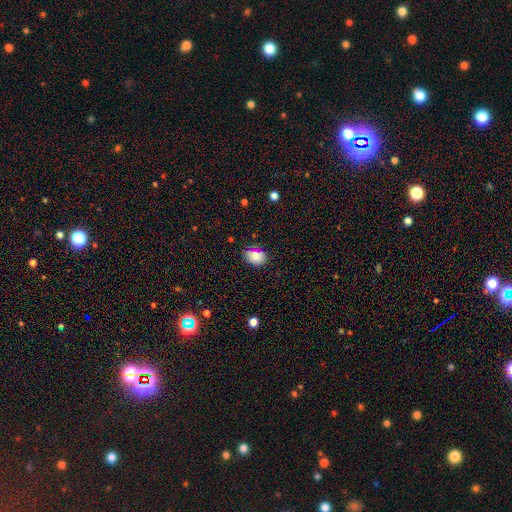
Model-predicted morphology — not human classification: Smooth or featured? Predicted: smooth (p=0.81). How rounded? Predicted: in between (p=0.71). Merging? Predicted: none (p=0.74).